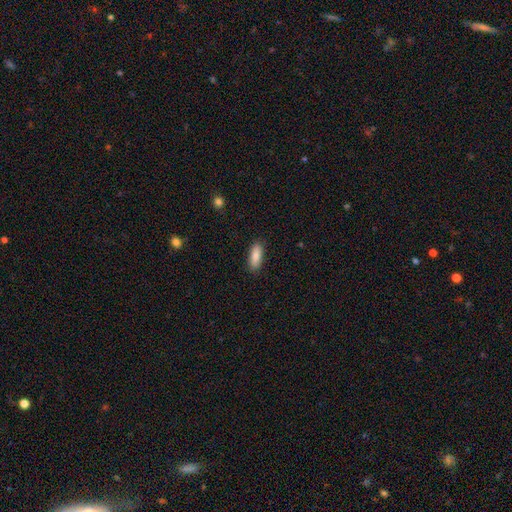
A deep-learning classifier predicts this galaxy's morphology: Smooth or featured?
  - smooth: 87% *
  - star or artifact: 6%
  - featured or disk: 6%
How rounded?
  - in between: 71% *
  - cigar-shaped: 27%
  - round: 2%
Merging?
  - none: 87% *
  - minor disturbance: 9%
  - major disturbance: 2%
  - merger: 1%